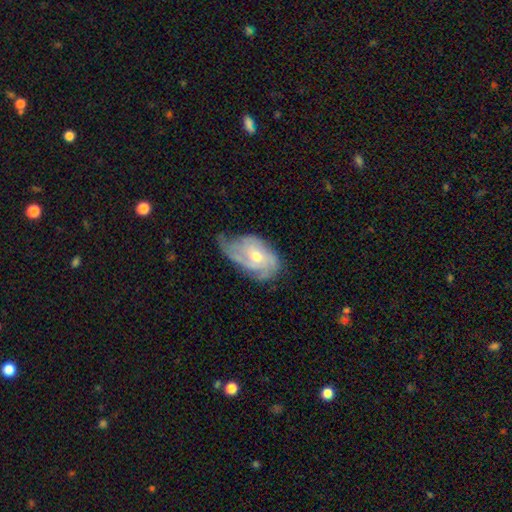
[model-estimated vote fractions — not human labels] featured or disk 74%, smooth 19%, star or artifact 6%. Down the decision tree: edge-on disk — no (96%); bar — no (74%); spiral arms — yes (86%); spiral arm count — can't tell (37%); spiral winding — tight (48%); bulge size — moderate (58%); merging — none (41%).